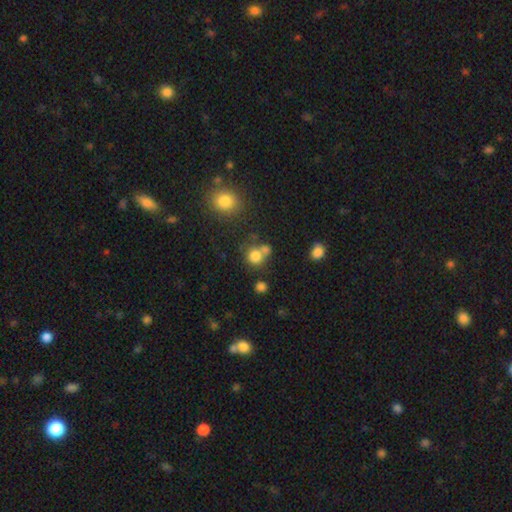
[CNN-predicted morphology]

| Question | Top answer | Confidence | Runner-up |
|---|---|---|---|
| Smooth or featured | smooth | 78% | star or artifact (13%) |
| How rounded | round | 85% | in between (14%) |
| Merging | none | 52% | merger (35%) |